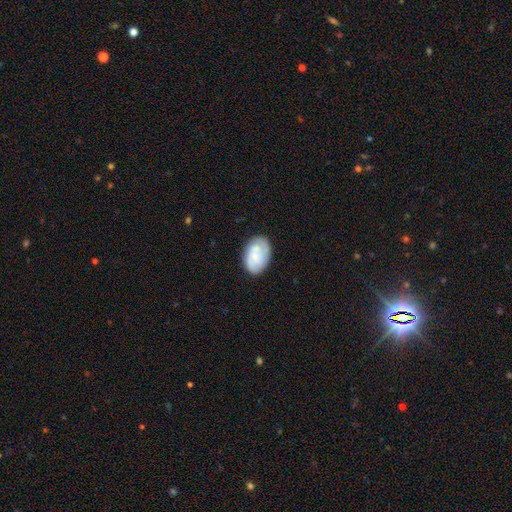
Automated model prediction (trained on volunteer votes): The model was most divided on "smooth or featured": smooth: 54%, featured or disk: 39%, star or artifact: 7%. More confident: how rounded — in between (87%); merging — none (78%).